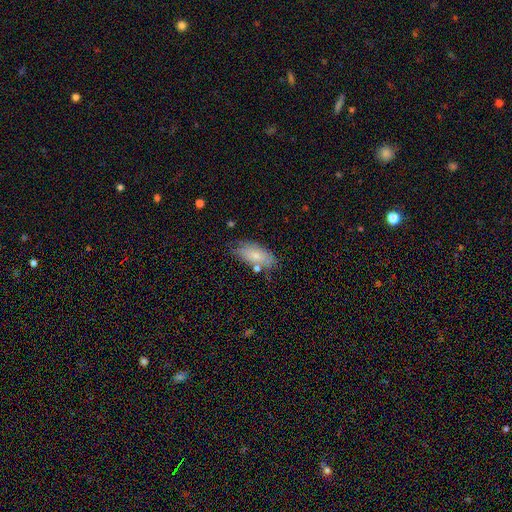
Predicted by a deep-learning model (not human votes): smooth-or-featured: smooth: 72% | featured or disk: 21% | star or artifact: 7%
  how-rounded: in between: 88% | cigar-shaped: 9% | round: 3%
  merging: none: 67% | minor disturbance: 22% | merger: 7% | major disturbance: 5%